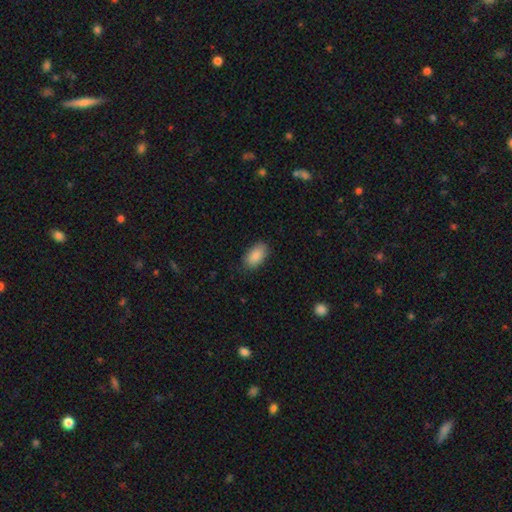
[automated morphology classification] Smooth or featured? Predicted: smooth (p=0.88). How rounded? Predicted: in between (p=0.93). Merging? Predicted: none (p=0.85).